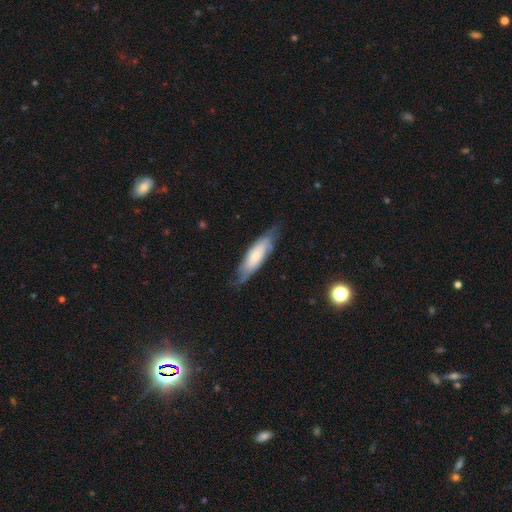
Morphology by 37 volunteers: This appears to be a smooth galaxy with no disk features (57%) that is in between round and cigar-shaped (48%, tied with cigar-shaped). Merging: none (75%).